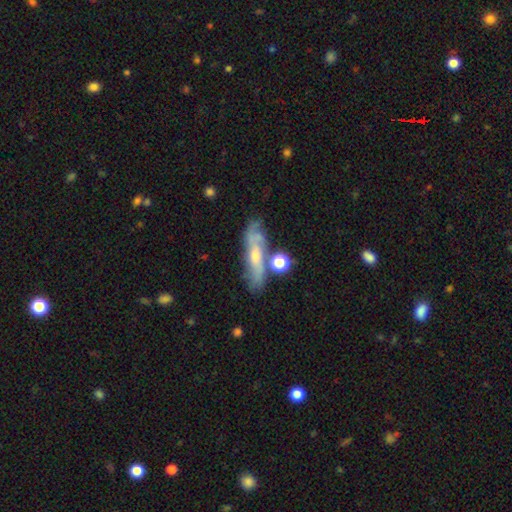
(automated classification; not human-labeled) smooth_or_featured: featured or disk (p=0.56) [alt: smooth p=0.35]
disk_edge_on: no (p=0.59) [alt: yes p=0.41]
merging: none (p=0.55) [alt: minor disturbance p=0.21]